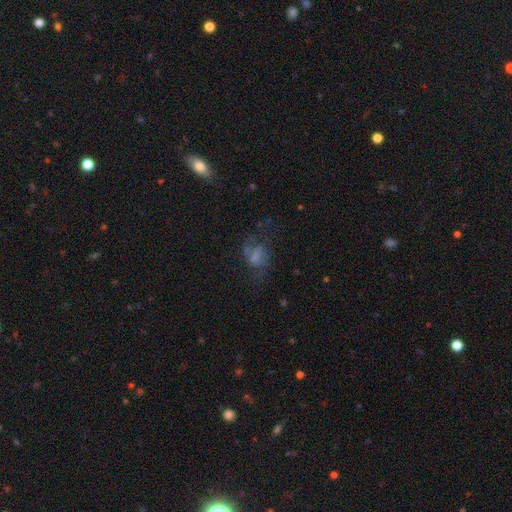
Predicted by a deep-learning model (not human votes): smooth-or-featured: featured or disk: 44% | smooth: 40% | star or artifact: 16%
  merging: major disturbance: 38% (tied) | none: 38% (tied) | minor disturbance: 20% | merger: 3%